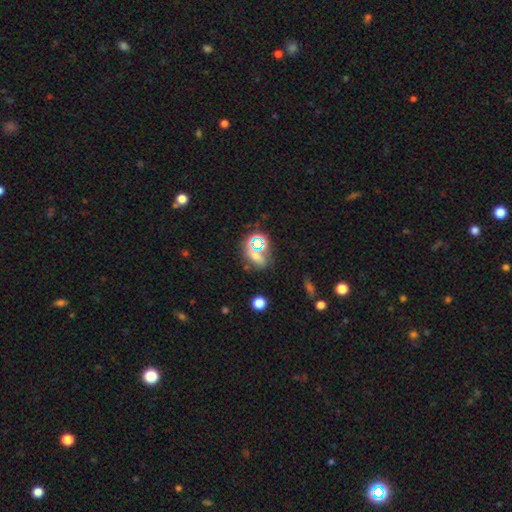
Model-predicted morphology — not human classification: Smooth or featured? Predicted: star or artifact (p=0.46).